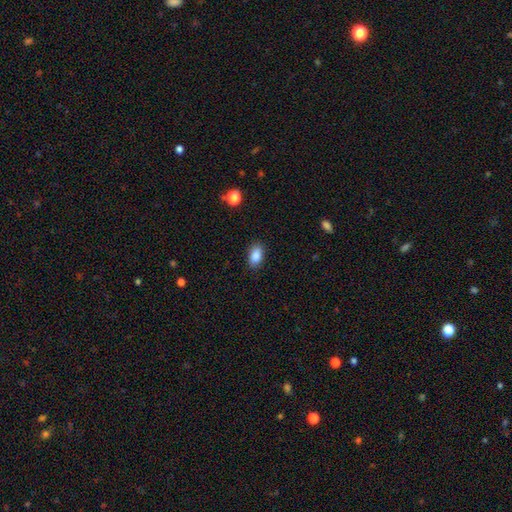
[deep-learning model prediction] smooth_or_featured: smooth (p=0.87) [alt: star or artifact p=0.08]
how_rounded: in between (p=0.90) [alt: round p=0.07]
merging: none (p=0.86) [alt: minor disturbance p=0.10]